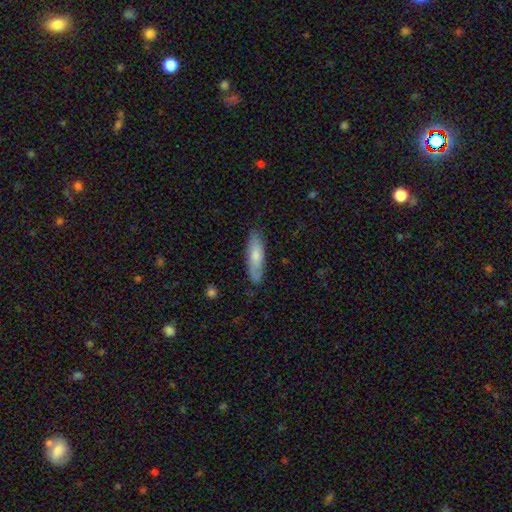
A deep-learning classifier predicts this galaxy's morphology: This appears to be a smooth galaxy with no disk features (72%) that is cigar-shaped (60%). Merging: none (83%).